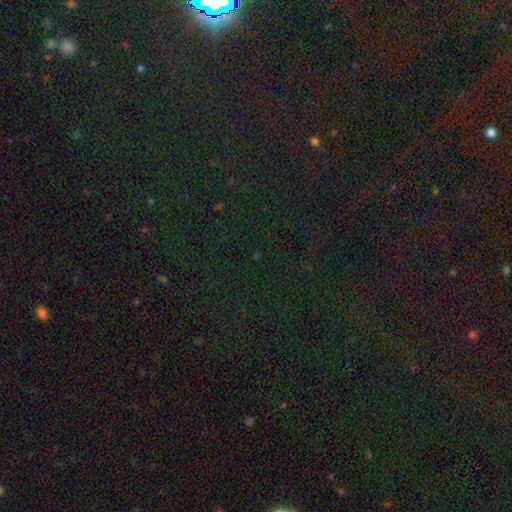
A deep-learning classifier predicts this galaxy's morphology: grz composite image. It shows a star or artifact, not a galaxy (83%).